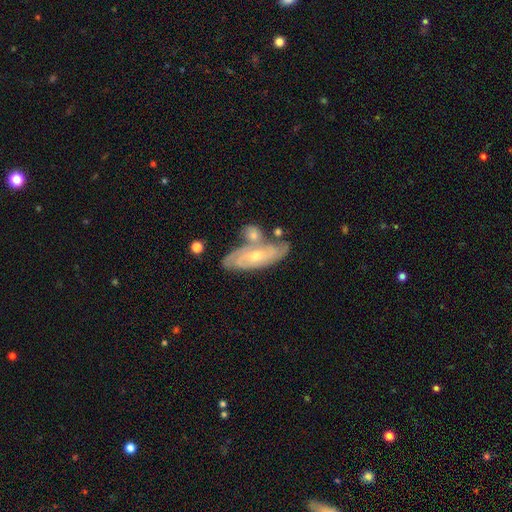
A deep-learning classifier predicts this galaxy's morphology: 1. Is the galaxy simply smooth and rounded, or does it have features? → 73% featured or disk, 21% smooth, 6% star or artifact.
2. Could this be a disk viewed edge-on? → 85% no, 15% yes.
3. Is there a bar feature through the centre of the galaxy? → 67% no, 26% weak, 7% strong.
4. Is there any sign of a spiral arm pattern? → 88% yes, 12% no.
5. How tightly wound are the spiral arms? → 66% tight, 27% medium, 8% loose.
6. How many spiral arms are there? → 48% can't tell, 27% 2, 12% 3, 7% 4, 3% 1, 3% more than 4.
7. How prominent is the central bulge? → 52% small, 45% moderate, 1% large, 1% none, 1% dominant.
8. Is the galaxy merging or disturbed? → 55% none, 24% merger, 16% minor disturbance, 5% major disturbance.